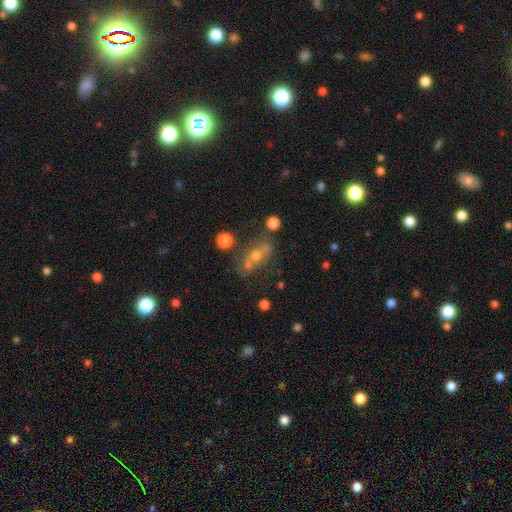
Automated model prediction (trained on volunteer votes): Overall: smooth (44%; featured or disk 37%). Merging: none (49%; merger 26%).